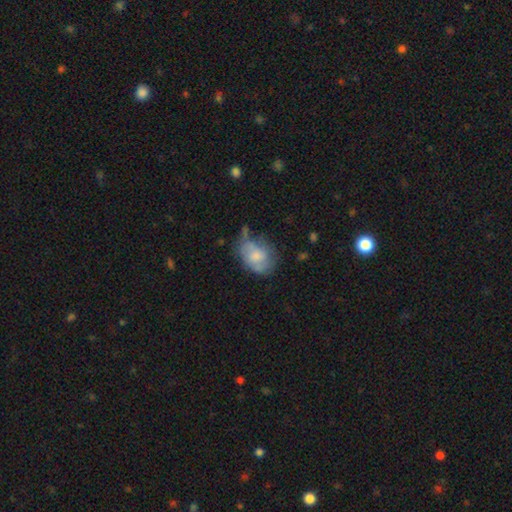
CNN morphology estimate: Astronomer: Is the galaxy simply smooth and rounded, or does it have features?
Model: smooth — 63%.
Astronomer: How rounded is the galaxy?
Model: in between — 70%.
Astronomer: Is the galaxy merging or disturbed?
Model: none — 37% (runner-up: minor disturbance, 35%).